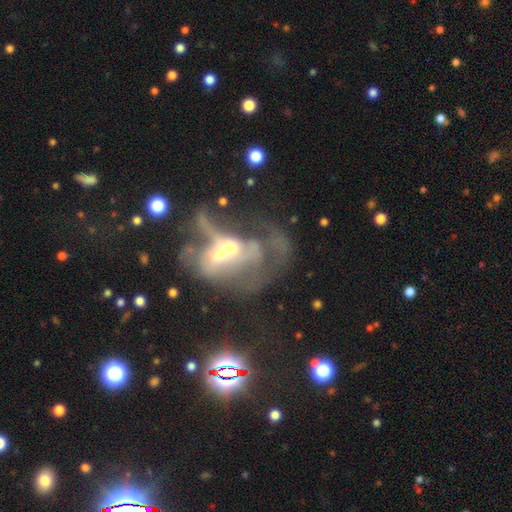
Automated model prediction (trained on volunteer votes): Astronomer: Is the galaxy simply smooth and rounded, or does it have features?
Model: featured or disk — 64%.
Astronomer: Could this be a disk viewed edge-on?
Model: no — 91%.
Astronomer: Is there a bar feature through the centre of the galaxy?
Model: no — 66%.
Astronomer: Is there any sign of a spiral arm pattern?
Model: no — 64%.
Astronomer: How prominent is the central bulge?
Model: moderate — 52% (runner-up: small, 30%).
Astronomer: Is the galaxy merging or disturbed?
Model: merger — 54%.